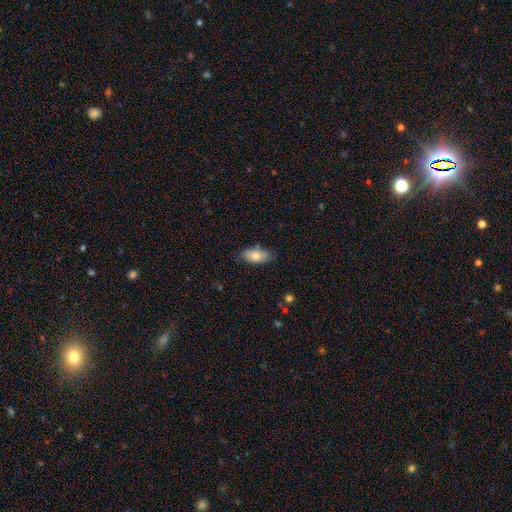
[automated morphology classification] Smooth or featured?
  - smooth: 81% *
  - featured or disk: 12%
  - star or artifact: 7%
How rounded?
  - in between: 90% *
  - cigar-shaped: 7%
  - round: 3%
Merging?
  - none: 76% *
  - minor disturbance: 18%
  - major disturbance: 3%
  - merger: 3%